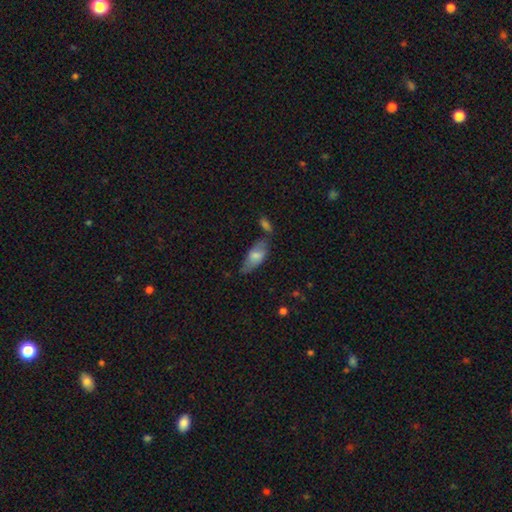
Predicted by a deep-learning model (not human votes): Overall: smooth (70%). How rounded: in between (83%). Merging: none (53%; minor disturbance 27%).